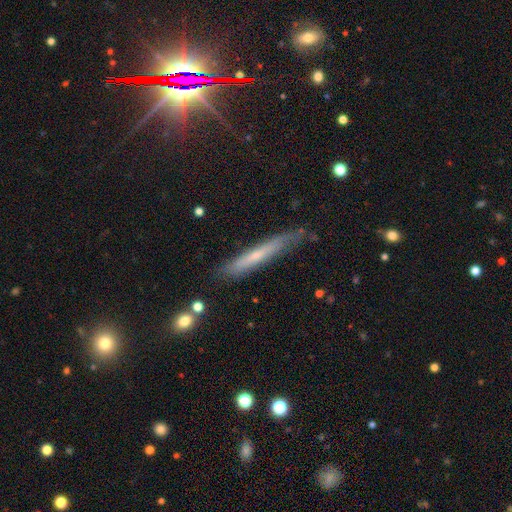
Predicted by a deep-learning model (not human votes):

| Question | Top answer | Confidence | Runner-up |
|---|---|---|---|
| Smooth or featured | featured or disk | 47% | smooth (45%) |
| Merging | none | 72% | minor disturbance (22%) |